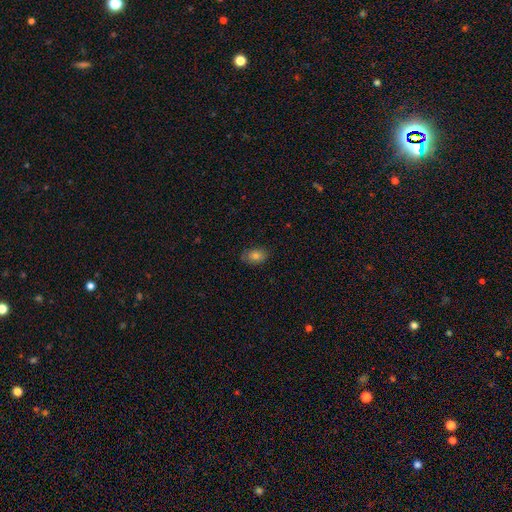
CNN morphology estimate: smooth-or-featured: smooth: 78% | featured or disk: 11% | star or artifact: 11%
  how-rounded: in between: 81% | round: 17% | cigar-shaped: 1%
  merging: none: 79% | minor disturbance: 17% | major disturbance: 3% | merger: 1%